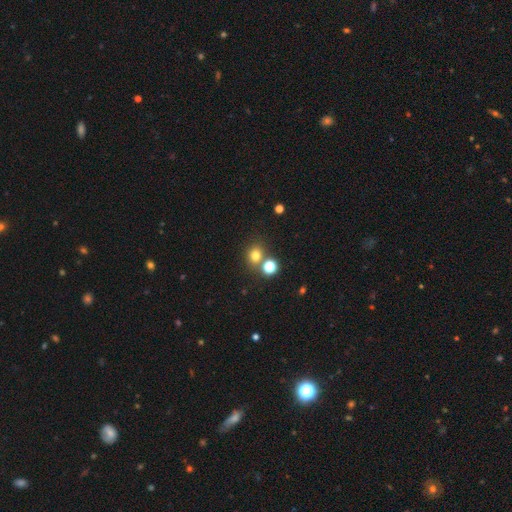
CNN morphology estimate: Q: Smooth or featured?
A: smooth (75%); runner-up: star or artifact (18%)
Q: How rounded?
A: round (74%); runner-up: in between (25%)
Q: Merging?
A: none (68%); runner-up: merger (20%)